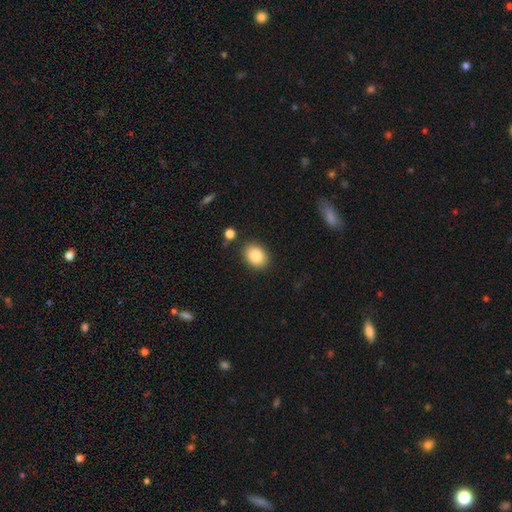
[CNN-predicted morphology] A smooth galaxy with no disk features (85%) that is in between round and cigar-shaped (65%).

Vote fractions:
- Smooth or featured? smooth: 85% / star or artifact: 8% / featured or disk: 7%
- How rounded? in between: 65% / round: 34% / cigar-shaped: 1%
- Merging? none: 85% / minor disturbance: 9% / merger: 3% / major disturbance: 3%